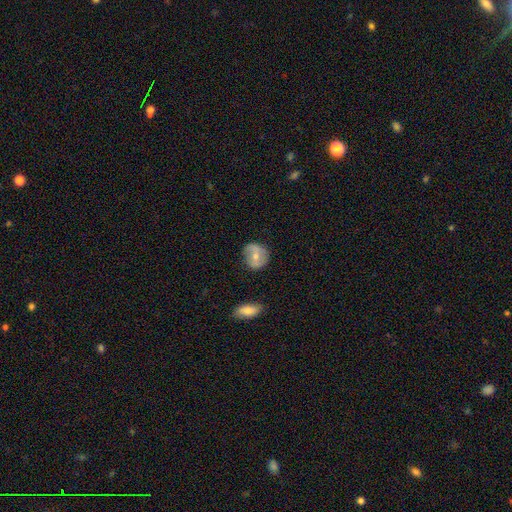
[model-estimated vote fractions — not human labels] Q: Smooth or featured?
A: smooth (53%); runner-up: featured or disk (39%)
Q: How rounded?
A: round (72%); runner-up: in between (27%)
Q: Merging?
A: none (73%); runner-up: minor disturbance (19%)